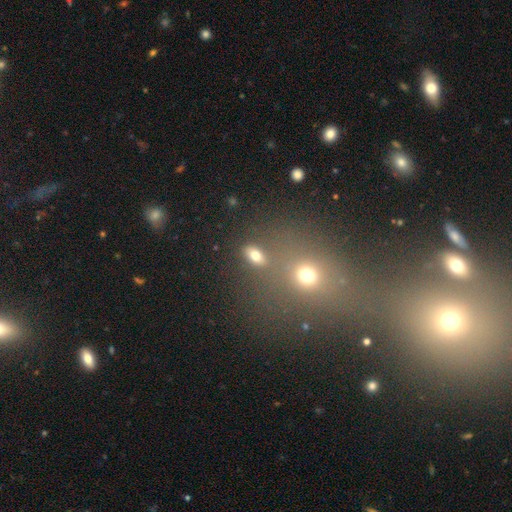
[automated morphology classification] smooth 74%, star or artifact 15%, featured or disk 11%. Down the decision tree: how rounded — in between (81%); merging — none (75%).